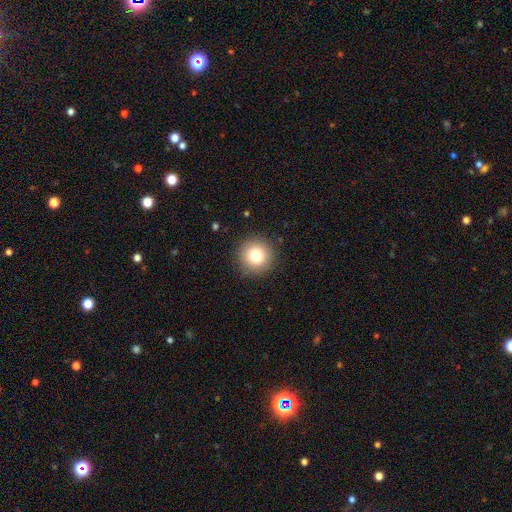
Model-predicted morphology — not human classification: This is likely a smooth galaxy (79%). How rounded: clearly round (96%). Merging: clearly none (91%).